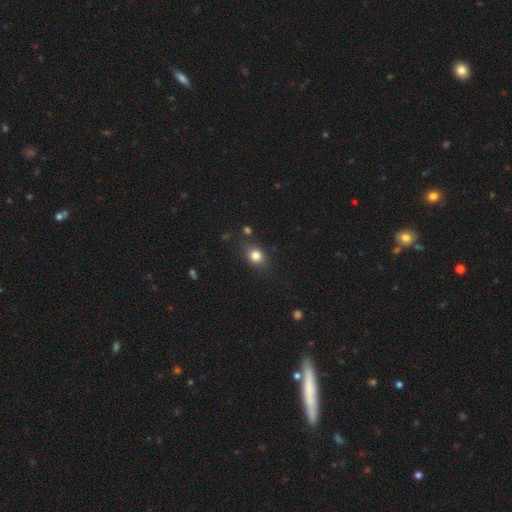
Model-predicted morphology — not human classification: Smooth or featured?
  - smooth: 80% *
  - star or artifact: 11%
  - featured or disk: 9%
How rounded?
  - round: 50% *
  - in between: 48%
  - cigar-shaped: 2%
Merging?
  - none: 76% *
  - minor disturbance: 16%
  - major disturbance: 5%
  - merger: 4%